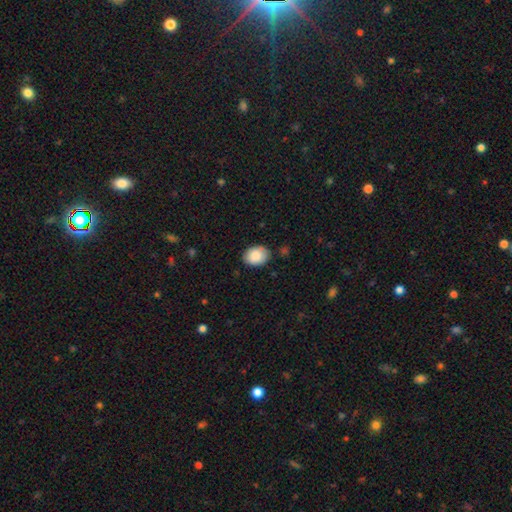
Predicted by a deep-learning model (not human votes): Smooth or featured: smooth — 88% (star or artifact — 7%)
How rounded: in between — 72% (round — 27%)
Merging: none — 82% (minor disturbance — 14%)